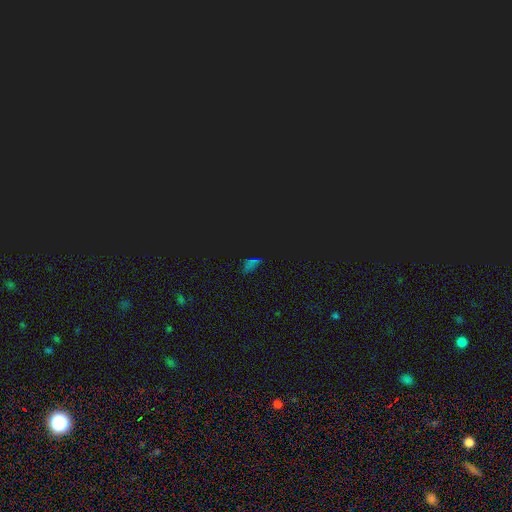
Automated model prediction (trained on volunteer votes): Smooth or featured? star or artifact (67%)